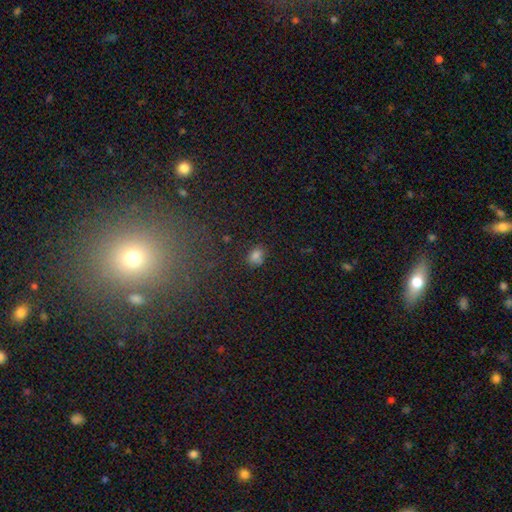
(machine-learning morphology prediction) Smooth or featured: smooth — 75% (star or artifact — 17%)
How rounded: in between — 62% (round — 37%)
Merging: none — 71% (minor disturbance — 18%)